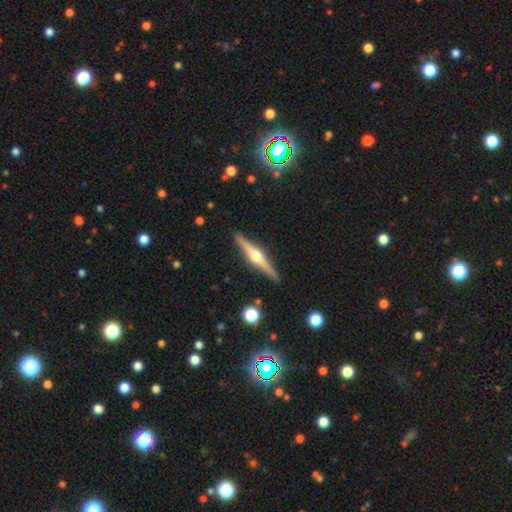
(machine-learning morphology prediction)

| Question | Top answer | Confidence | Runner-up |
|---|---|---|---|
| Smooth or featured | featured or disk | 80% | smooth (15%) |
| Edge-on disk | yes | 98% | no (2%) |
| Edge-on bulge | rounded | 95% | boxy (3%) |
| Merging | none | 91% | minor disturbance (7%) |